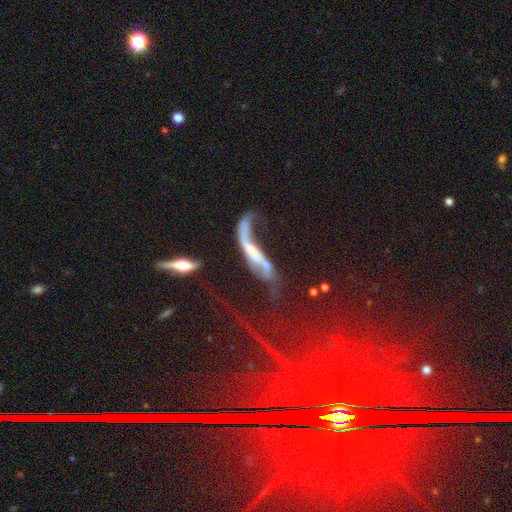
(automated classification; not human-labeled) This appears to be a featured or disk galaxy (67%). Merging: major disturbance (34%).